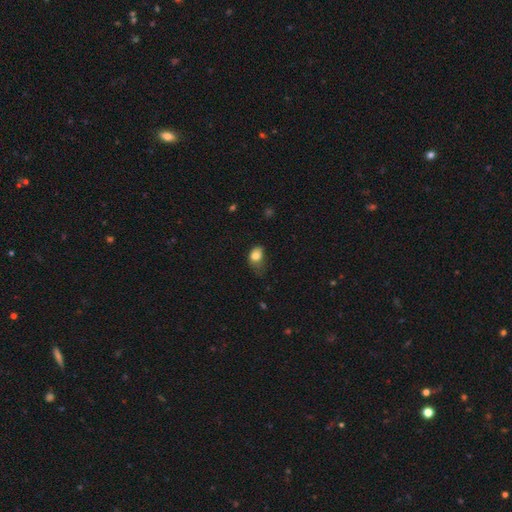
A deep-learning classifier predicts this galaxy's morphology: Smooth or featured?
  - smooth: 79% *
  - featured or disk: 12%
  - star or artifact: 9%
How rounded?
  - in between: 73% *
  - round: 26%
  - cigar-shaped: 1%
Merging?
  - minor disturbance: 41% *
  - major disturbance: 31%
  - none: 26%
  - merger: 2%